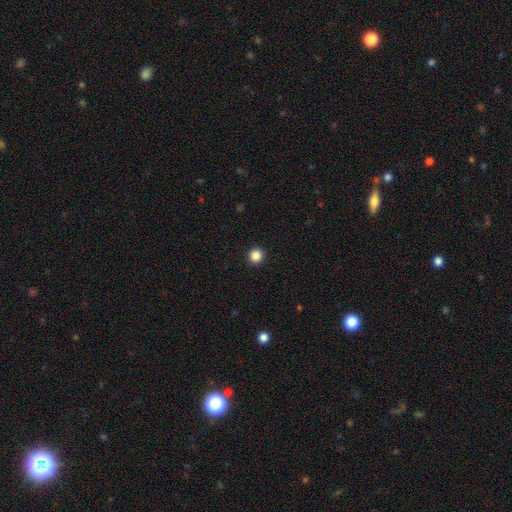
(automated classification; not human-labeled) Smooth or featured? Predicted: smooth (p=0.86). How rounded? Predicted: round (p=0.95). Merging? Predicted: none (p=0.94).